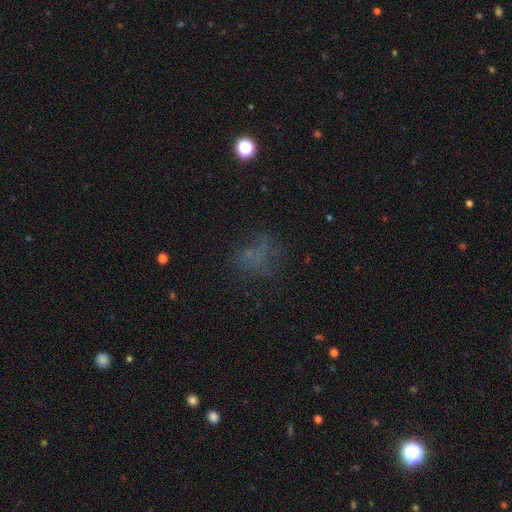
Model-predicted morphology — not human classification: type=smooth (43%); merging=none (53%).